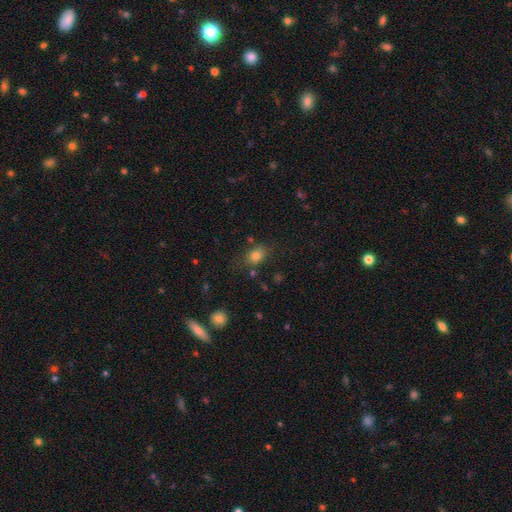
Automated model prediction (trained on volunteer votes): Smooth or featured?
  - smooth: 76% *
  - star or artifact: 13%
  - featured or disk: 10%
How rounded?
  - in between: 64% *
  - round: 35%
  - cigar-shaped: 2%
Merging?
  - none: 72% *
  - minor disturbance: 17%
  - major disturbance: 6%
  - merger: 5%